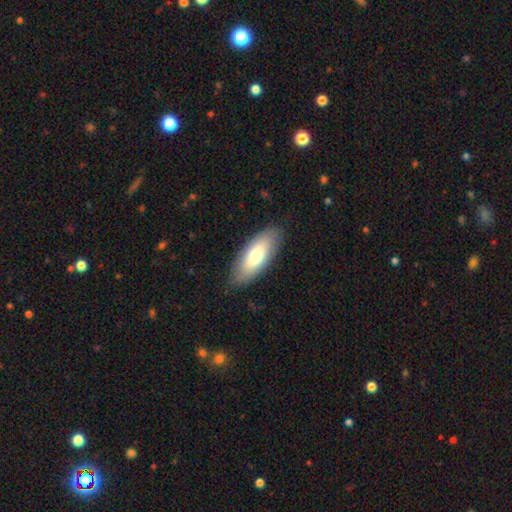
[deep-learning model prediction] smooth_or_featured: smooth (p=0.73) [alt: featured or disk p=0.21]
how_rounded: in between (p=0.80) [alt: cigar-shaped p=0.18]
merging: none (p=0.86) [alt: minor disturbance p=0.10]